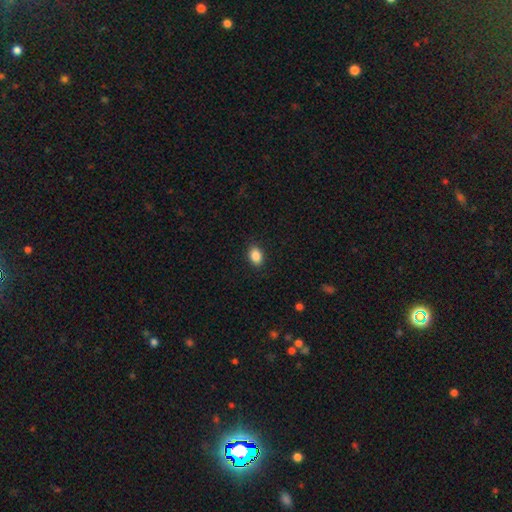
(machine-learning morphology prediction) smooth-or-featured: smooth: 88% | star or artifact: 8% | featured or disk: 4%
  how-rounded: in between: 79% | round: 19% | cigar-shaped: 1%
  merging: none: 89% | minor disturbance: 8% | major disturbance: 2% | merger: 1%